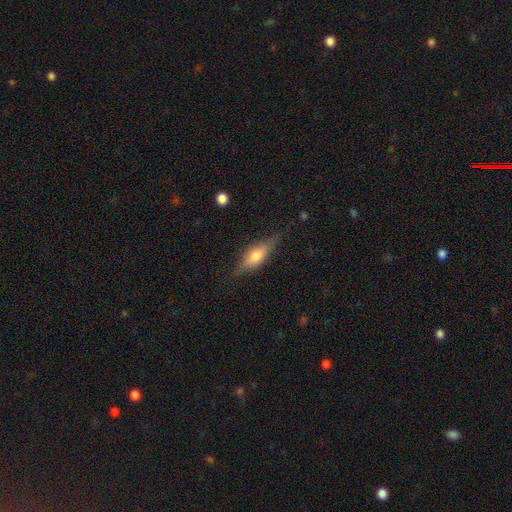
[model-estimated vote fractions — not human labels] Smooth or featured? smooth (49%)
Merging? none (77%)